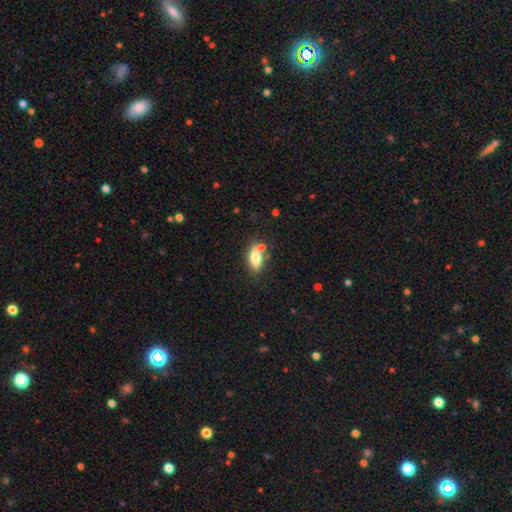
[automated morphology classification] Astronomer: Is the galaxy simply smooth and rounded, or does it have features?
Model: smooth — 64%.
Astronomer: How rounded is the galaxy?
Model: in between — 73%.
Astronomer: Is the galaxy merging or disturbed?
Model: none — 67%.